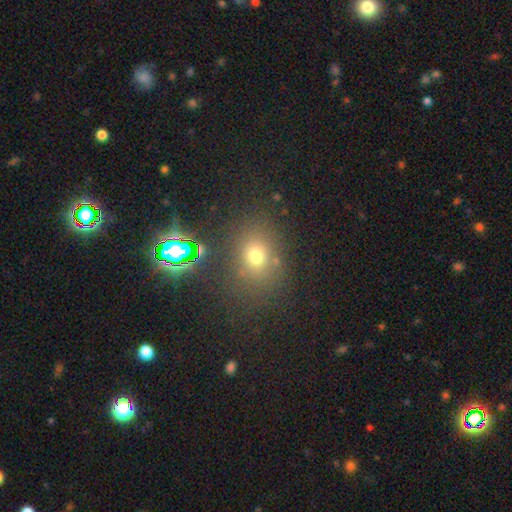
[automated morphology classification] smooth 68%, star or artifact 22%, featured or disk 10%. Down the decision tree: how rounded — round (56%); merging — none (77%).